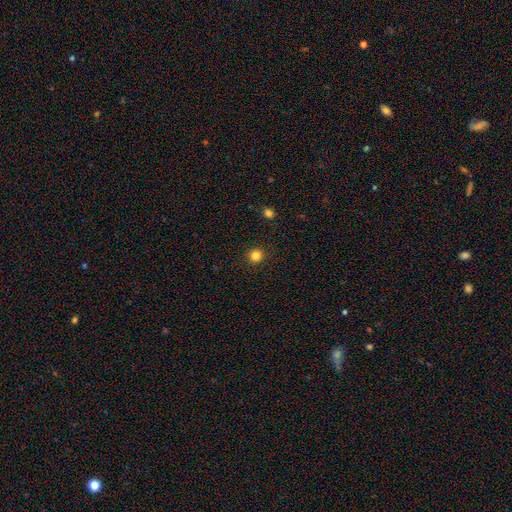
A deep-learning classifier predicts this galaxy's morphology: Smooth or featured? smooth (83%)
How rounded? round (94%)
Merging? none (92%)